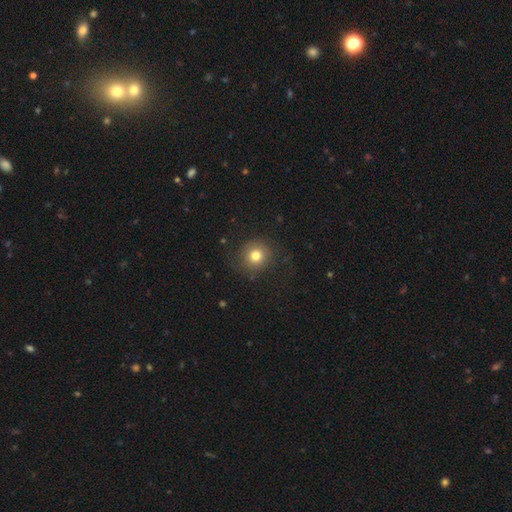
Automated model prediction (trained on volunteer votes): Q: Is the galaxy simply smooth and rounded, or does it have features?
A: smooth — 78%.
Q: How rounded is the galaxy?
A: round — 90%.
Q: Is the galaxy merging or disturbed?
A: none — 82%.